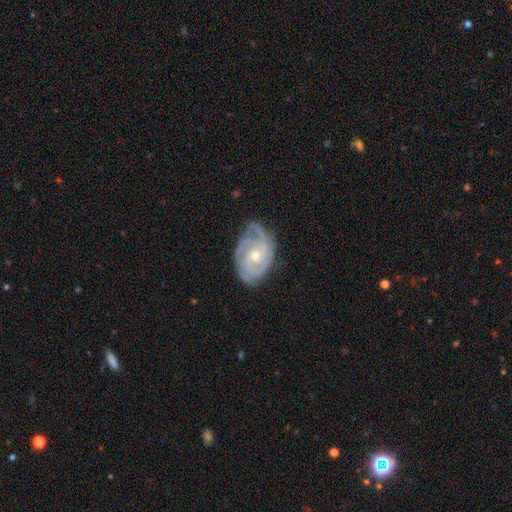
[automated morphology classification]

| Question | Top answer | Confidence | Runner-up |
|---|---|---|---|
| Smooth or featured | featured or disk | 88% | smooth (7%) |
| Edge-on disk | no | 97% | yes (3%) |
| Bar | no | 74% | weak (22%) |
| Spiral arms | yes | 97% | no (3%) |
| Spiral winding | tight | 68% | medium (27%) |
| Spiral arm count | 3 | 37% | 2 (21%) |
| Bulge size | moderate | 50% | small (47%) |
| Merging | none | 70% | minor disturbance (22%) |